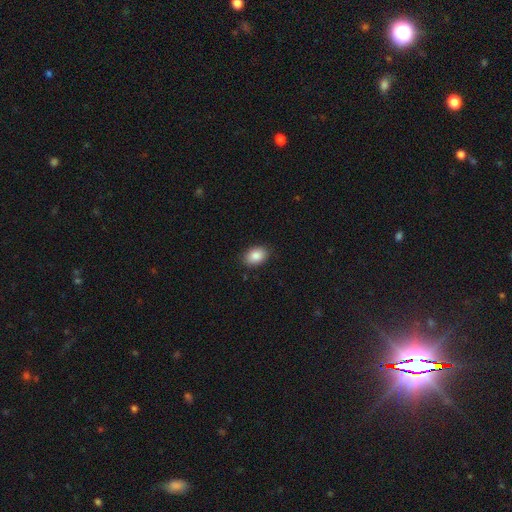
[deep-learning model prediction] Q: Smooth or featured?
A: smooth (87%); runner-up: star or artifact (7%)
Q: How rounded?
A: in between (84%); runner-up: round (15%)
Q: Merging?
A: none (88%); runner-up: minor disturbance (9%)